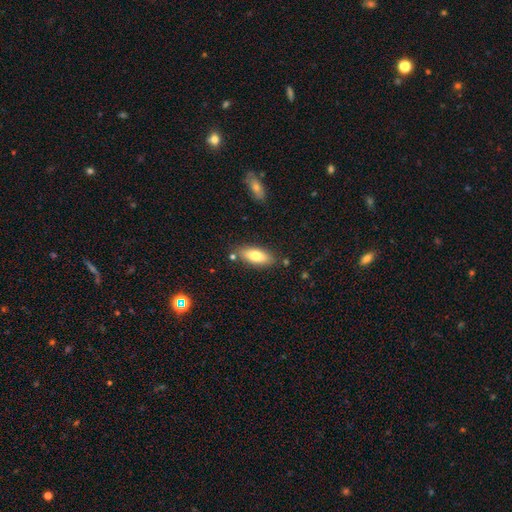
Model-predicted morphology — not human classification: The model was most divided on "how rounded": in between: 76%, cigar-shaped: 21%, round: 2%. More confident: merging — none (81%); smooth or featured — smooth (74%).